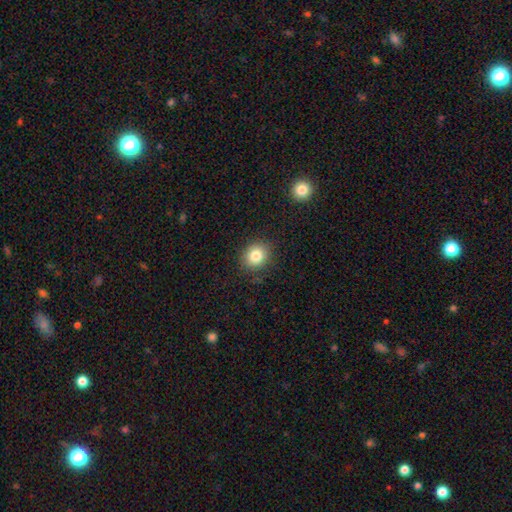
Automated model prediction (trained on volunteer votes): Smooth or featured? smooth (82%)
How rounded? round (70%)
Merging? none (87%)